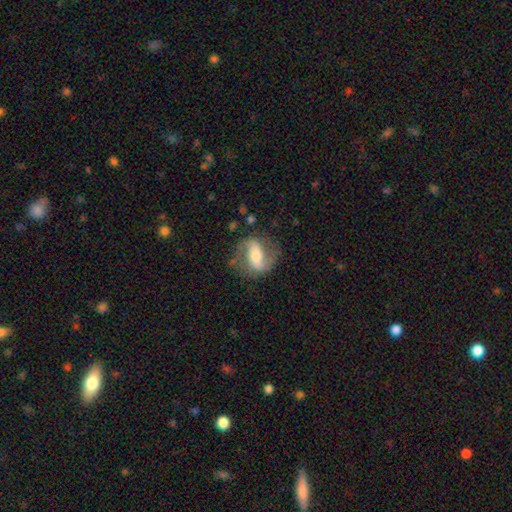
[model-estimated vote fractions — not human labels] smooth-or-featured: featured or disk: 75% | smooth: 18% | star or artifact: 6%
  disk-edge-on: no: 94% | yes: 6%
    bar: strong: 48% | weak: 32% | no: 20%
    has-spiral-arms: yes: 89% | no: 11%
      spiral-winding: loose: 46% | medium: 40% | tight: 14%
      spiral-arm-count: 2: 88% | can't tell: 5% | 1: 4% | 3: 1% | 4: 1% | more than 4: 1%
    bulge-size: moderate: 53% | small: 29% | large: 12% | none: 3% | dominant: 2%
  merging: none: 73% | minor disturbance: 16% | major disturbance: 9% | merger: 2%